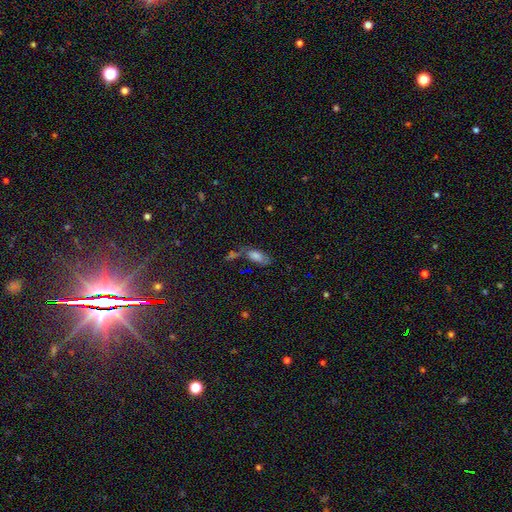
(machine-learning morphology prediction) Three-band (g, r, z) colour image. It shows a smooth galaxy with no disk features (66%) that is in between round and cigar-shaped (81%). Merging: none (45%).